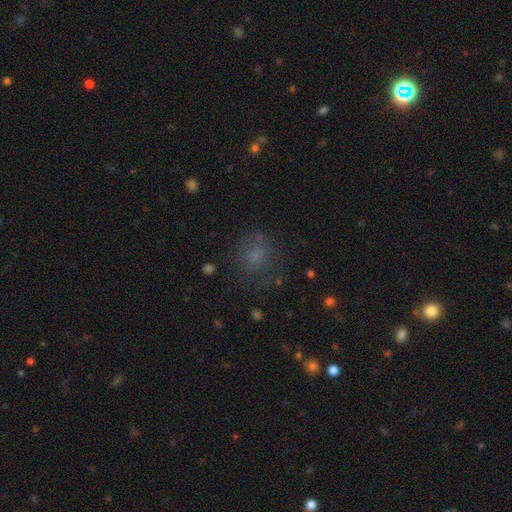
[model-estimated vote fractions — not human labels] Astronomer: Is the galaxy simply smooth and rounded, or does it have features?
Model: smooth — 65%.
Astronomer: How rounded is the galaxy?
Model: round — 75%.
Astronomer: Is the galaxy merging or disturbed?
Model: none — 66%.